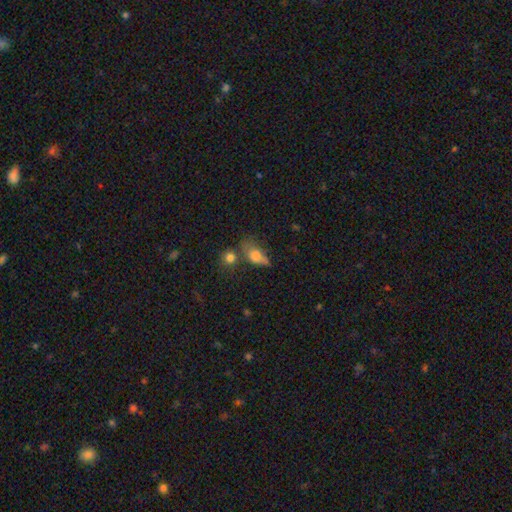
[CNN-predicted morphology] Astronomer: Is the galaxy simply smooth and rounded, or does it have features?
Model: smooth — 70%.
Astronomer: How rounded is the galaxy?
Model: in between — 75%.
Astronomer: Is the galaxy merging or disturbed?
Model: none — 32% (runner-up: minor disturbance, 24%).